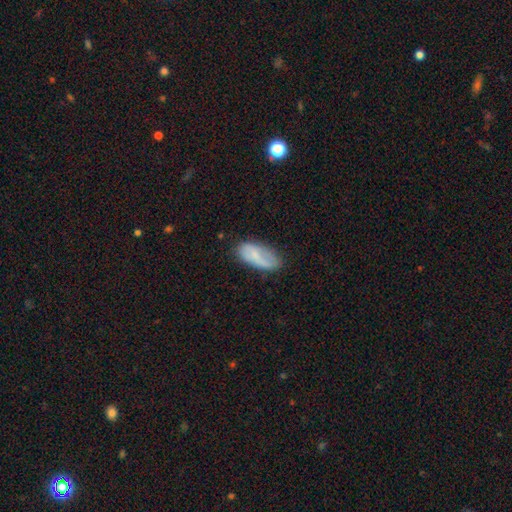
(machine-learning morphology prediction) A smooth galaxy with no disk features (63%) that is in between round and cigar-shaped (87%). Merging: none (63%).